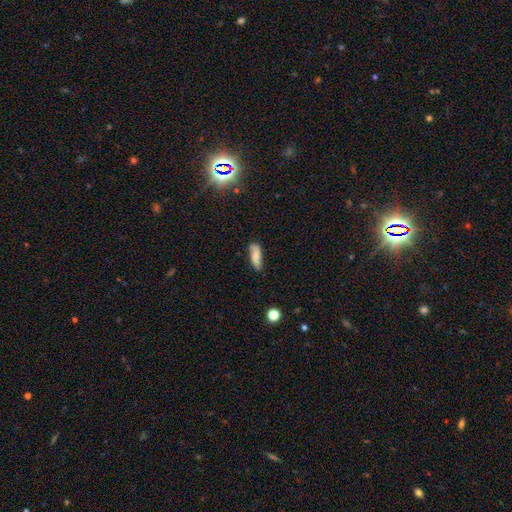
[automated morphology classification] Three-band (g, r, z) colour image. It shows a smooth galaxy with no disk features (64%) that is in between round and cigar-shaped (65%). Merging: none (69%).